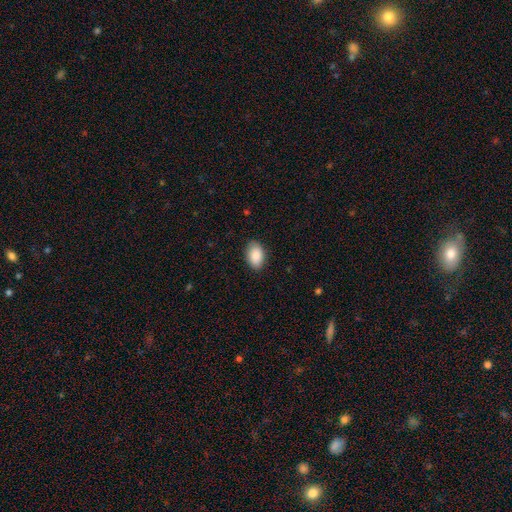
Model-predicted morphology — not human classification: Q: Smooth or featured?
A: smooth (89%); runner-up: star or artifact (6%)
Q: How rounded?
A: in between (92%); runner-up: round (7%)
Q: Merging?
A: none (85%); runner-up: minor disturbance (12%)